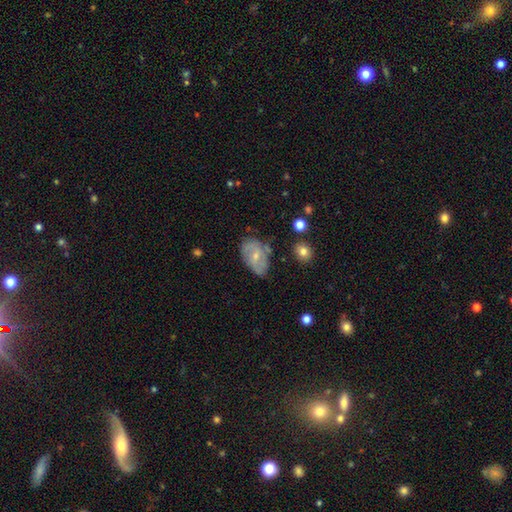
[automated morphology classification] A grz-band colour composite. It shows a featured or disk galaxy (57%) with no bar (45%), spiral arms (70%) and a small central bulge (61%). Merging: none (61%).